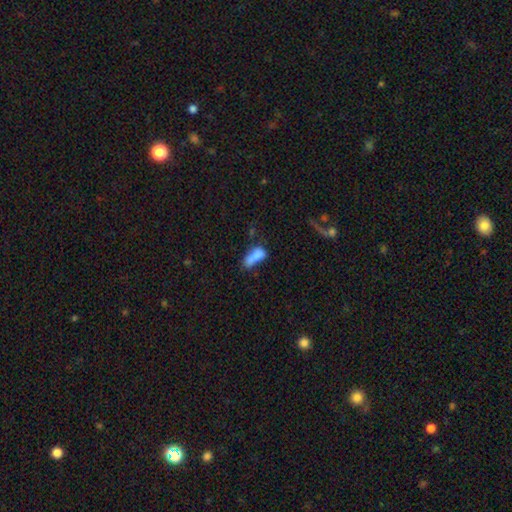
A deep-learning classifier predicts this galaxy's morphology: Smooth or featured: smooth — 72% (featured or disk — 17%)
How rounded: in between — 73% (cigar-shaped — 21%)
Merging: merger — 41% (none — 24%)